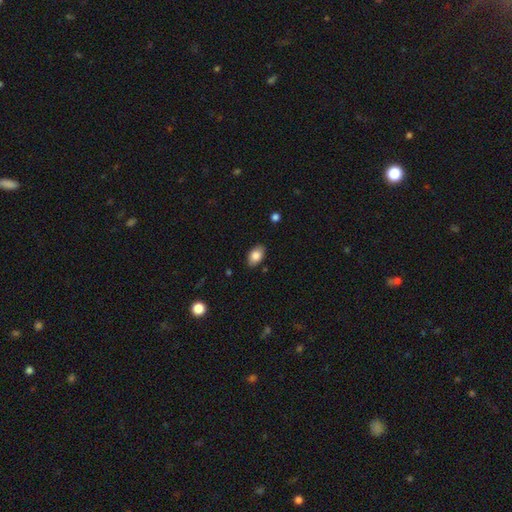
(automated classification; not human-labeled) Smooth or featured: smooth — 85% (featured or disk — 8%)
How rounded: in between — 90% (round — 9%)
Merging: none — 85% (minor disturbance — 11%)